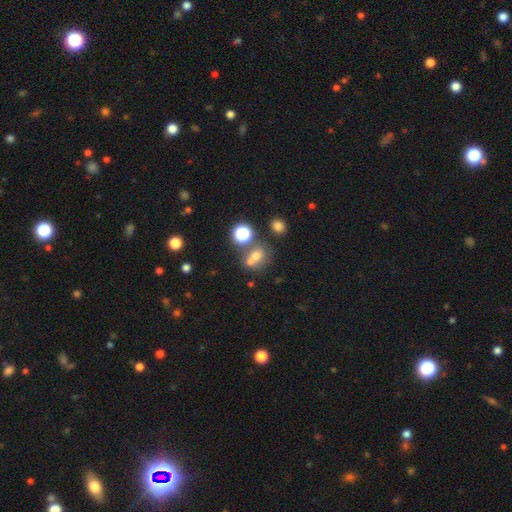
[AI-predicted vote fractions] Morphology: type=smooth (62%); roundness=round (61%); merging=none (44%).